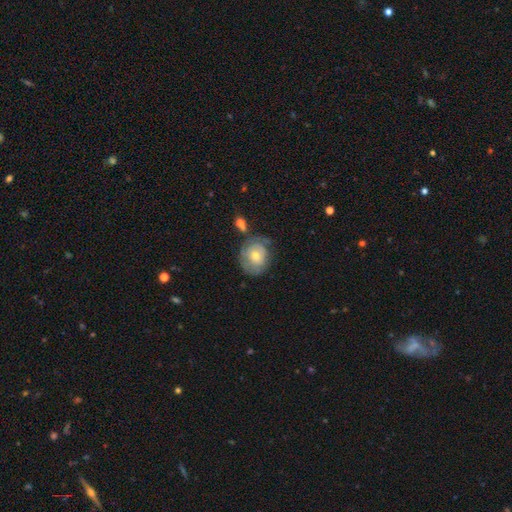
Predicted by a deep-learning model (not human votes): Morphology: type=featured or disk (48%); merging=none (50%).